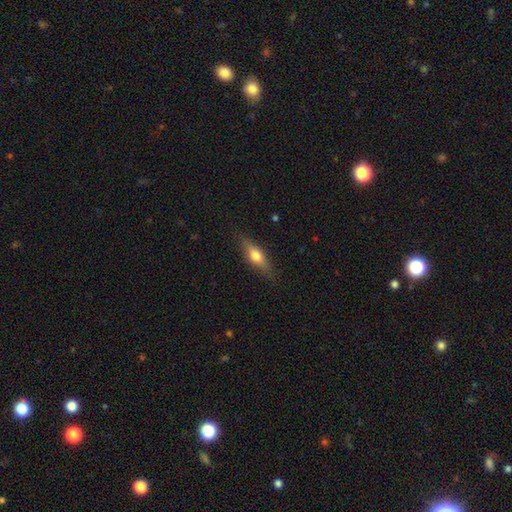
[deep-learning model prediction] Smooth or featured?
  - smooth: 54% *
  - featured or disk: 39%
  - star or artifact: 7%
How rounded?
  - in between: 49% *
  - cigar-shaped: 47%
  - round: 4%
Merging?
  - none: 83% *
  - minor disturbance: 13%
  - major disturbance: 3%
  - merger: 1%